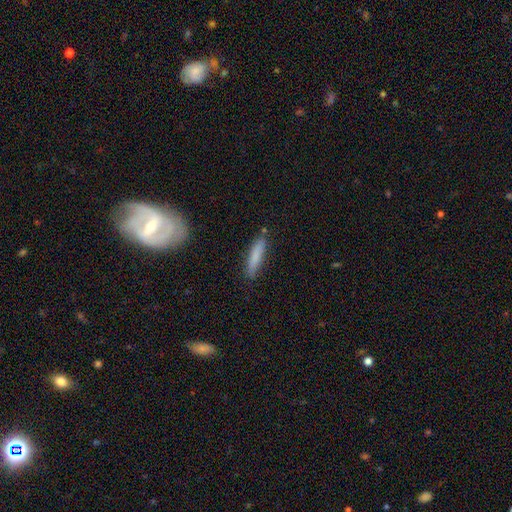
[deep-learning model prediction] Smooth or featured?
  - smooth: 81% *
  - featured or disk: 13%
  - star or artifact: 6%
How rounded?
  - cigar-shaped: 84% *
  - in between: 15%
  - round: 1%
Merging?
  - none: 85% *
  - minor disturbance: 11%
  - merger: 2%
  - major disturbance: 2%